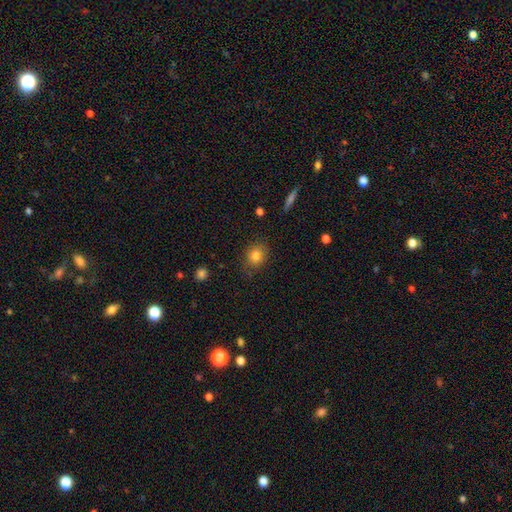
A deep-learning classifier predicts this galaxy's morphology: type=smooth (82%); roundness=round (66%); merging=none (83%).